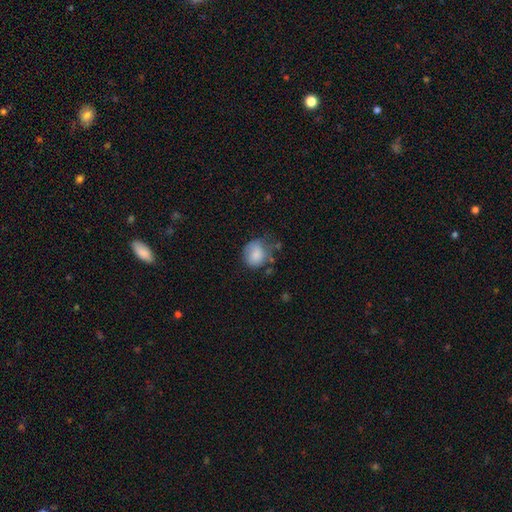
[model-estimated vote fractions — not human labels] The model was most divided on "merging": none: 51%, minor disturbance: 32%, major disturbance: 13%, merger: 4%. More confident: smooth or featured — smooth (78%); how rounded — round (63%).